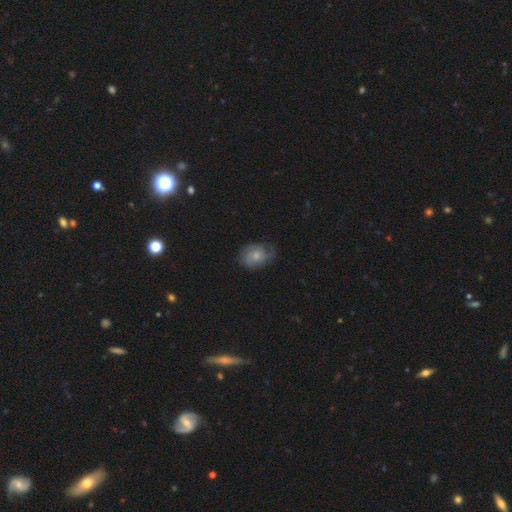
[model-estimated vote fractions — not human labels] This is possibly a smooth galaxy (58%). How rounded: possibly in between (59%). Merging: possibly none (58%).